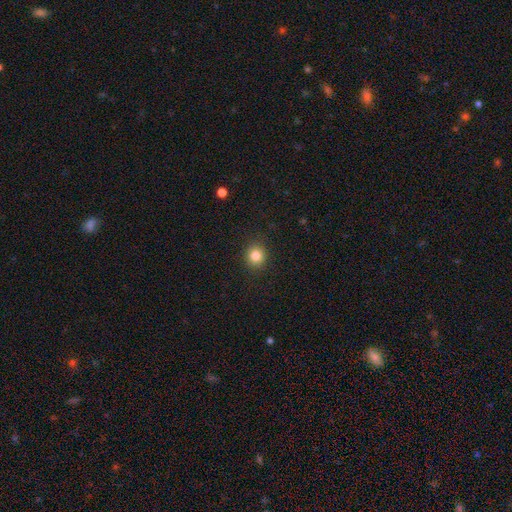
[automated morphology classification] type=smooth (84%); roundness=round (84%); merging=none (91%).